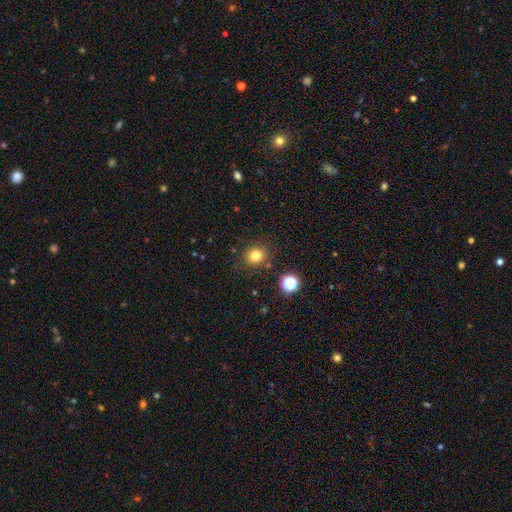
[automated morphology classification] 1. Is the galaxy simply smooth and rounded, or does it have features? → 78% smooth, 15% star or artifact, 7% featured or disk.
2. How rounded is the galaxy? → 78% round, 21% in between, 1% cigar-shaped.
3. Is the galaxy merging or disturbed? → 84% none, 9% minor disturbance, 4% merger, 3% major disturbance.